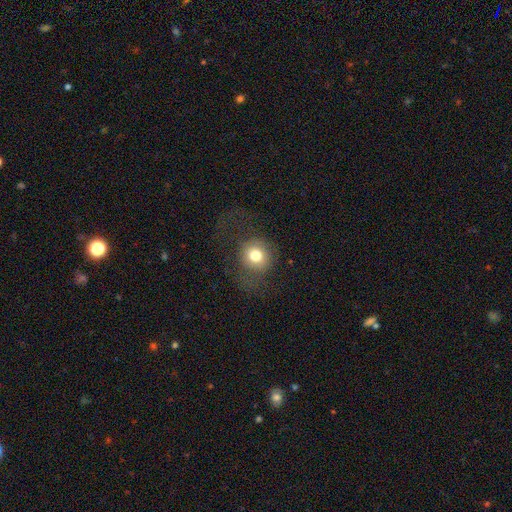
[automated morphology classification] The model was most divided on "merging": none: 61%, major disturbance: 22%, minor disturbance: 15%, merger: 1%. More confident: how rounded — round (88%); smooth or featured — smooth (74%).